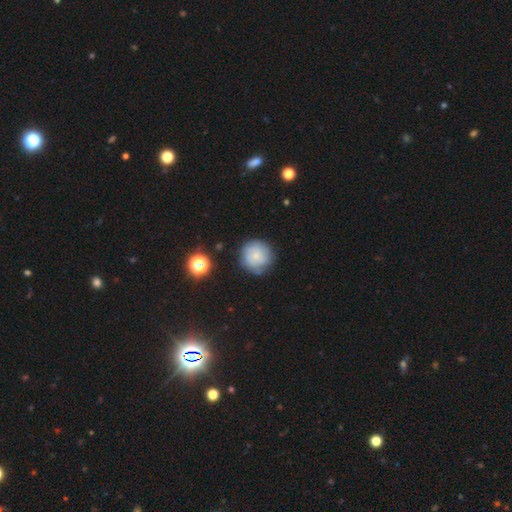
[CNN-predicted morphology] The model was most divided on "smooth or featured": smooth: 59%, featured or disk: 31%, star or artifact: 10%. More confident: how rounded — round (93%); merging — none (76%).